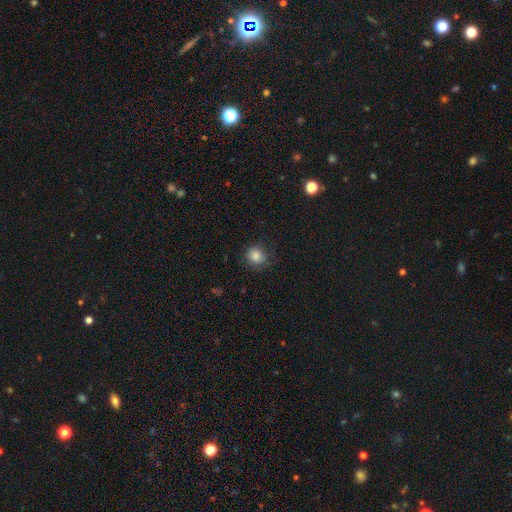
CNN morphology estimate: A smooth galaxy with no disk features (83%) that is round (79%).

Vote fractions:
- Smooth or featured? smooth: 83% / star or artifact: 11% / featured or disk: 6%
- How rounded? round: 79% / in between: 20% / cigar-shaped: 1%
- Merging? none: 75% / minor disturbance: 18% / major disturbance: 6% / merger: 1%